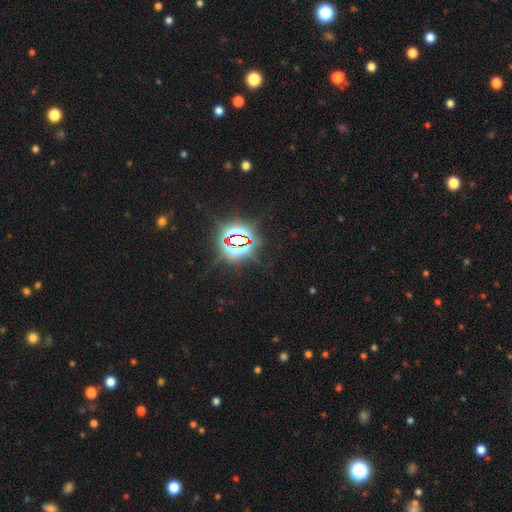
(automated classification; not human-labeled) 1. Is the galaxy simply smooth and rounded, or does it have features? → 84% star or artifact, 10% smooth, 6% featured or disk.